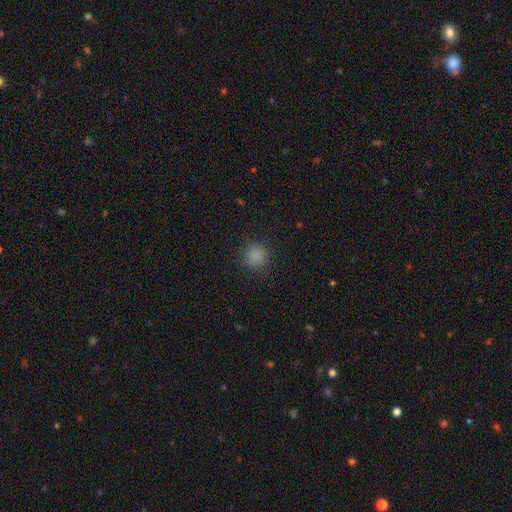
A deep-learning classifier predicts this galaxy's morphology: A smooth galaxy with no disk features (86%) that is round (93%).

Vote fractions:
- Smooth or featured? smooth: 86% / star or artifact: 12% / featured or disk: 3%
- How rounded? round: 93% / in between: 6% / cigar-shaped: 1%
- Merging? none: 90% / minor disturbance: 6% / major disturbance: 2% / merger: 1%